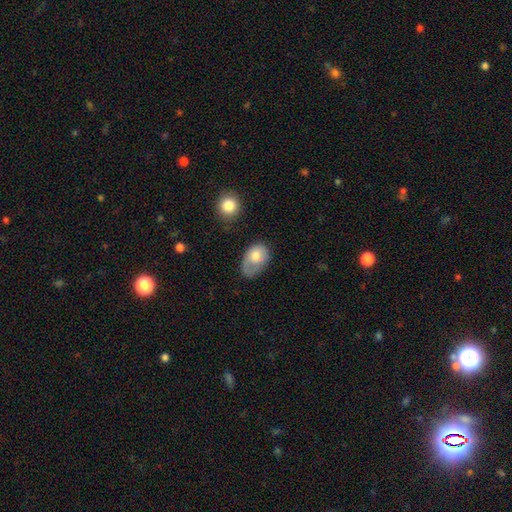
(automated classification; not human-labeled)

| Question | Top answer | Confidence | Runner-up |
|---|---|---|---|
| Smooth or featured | smooth | 66% | featured or disk (27%) |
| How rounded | in between | 80% | round (19%) |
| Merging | none | 35% | minor disturbance (33%) |